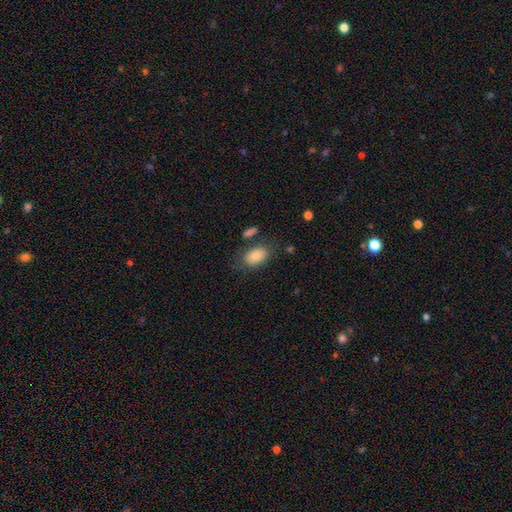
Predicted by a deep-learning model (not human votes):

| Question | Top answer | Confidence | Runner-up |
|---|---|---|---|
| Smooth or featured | smooth | 84% | featured or disk (8%) |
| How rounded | in between | 90% | round (9%) |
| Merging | none | 70% | minor disturbance (16%) |